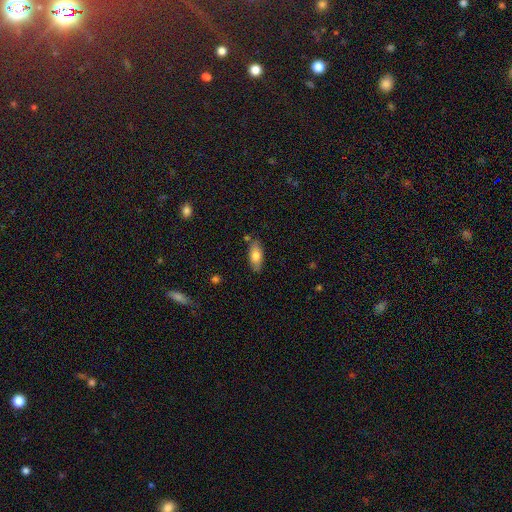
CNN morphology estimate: smooth 75%, featured or disk 19%, star or artifact 7%. Down the decision tree: how rounded — in between (81%); merging — none (80%).